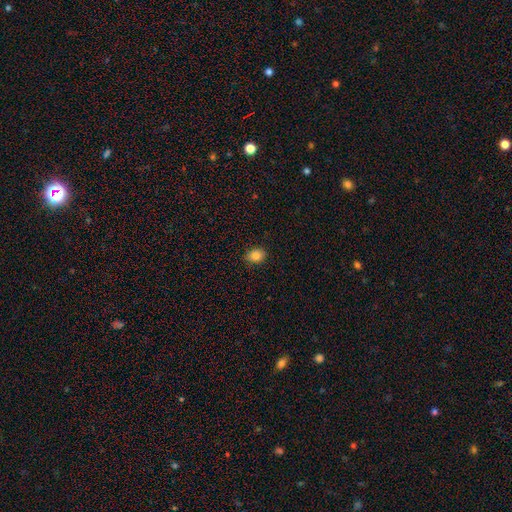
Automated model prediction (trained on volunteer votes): This appears to be a smooth galaxy with no disk features (82%) that is in between round and cigar-shaped (67%). Merging: none (88%).